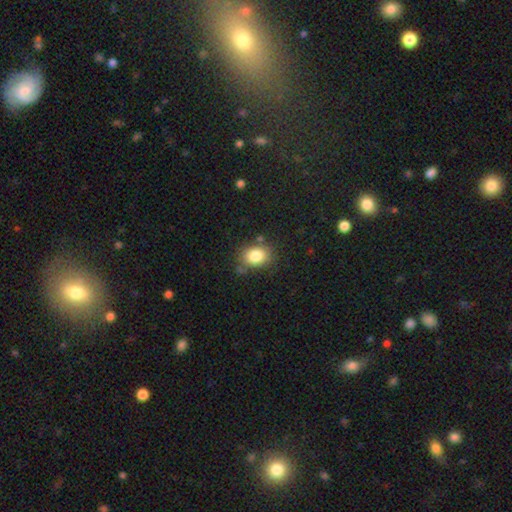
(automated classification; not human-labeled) A smooth galaxy with no disk features (83%) that is in between round and cigar-shaped (59%).

Vote fractions:
- Smooth or featured? smooth: 83% / star or artifact: 9% / featured or disk: 8%
- How rounded? in between: 59% / round: 40% / cigar-shaped: 1%
- Merging? none: 72% / minor disturbance: 17% / merger: 6% / major disturbance: 5%